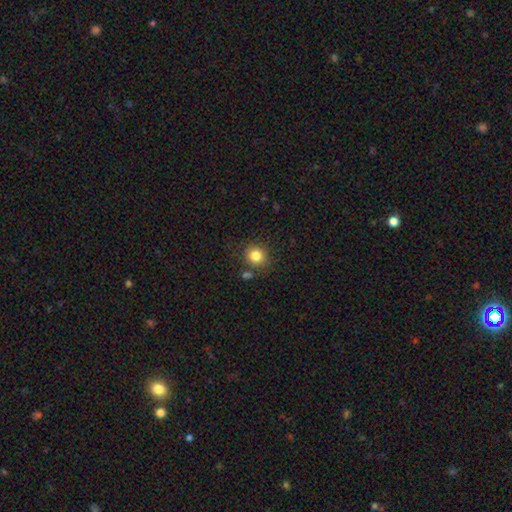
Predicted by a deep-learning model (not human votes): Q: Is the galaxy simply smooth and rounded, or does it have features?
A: smooth — 82%.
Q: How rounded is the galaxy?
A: round — 82%.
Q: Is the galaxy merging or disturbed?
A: none — 80%.